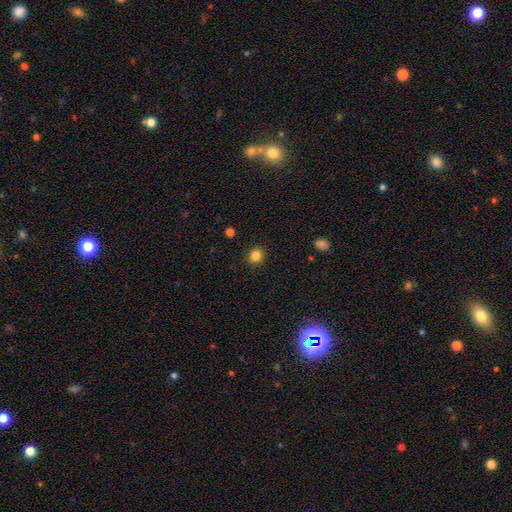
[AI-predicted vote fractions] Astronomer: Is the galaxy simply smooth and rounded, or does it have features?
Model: smooth — 84%.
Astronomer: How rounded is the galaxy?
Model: round — 83%.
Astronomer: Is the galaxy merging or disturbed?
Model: none — 90%.